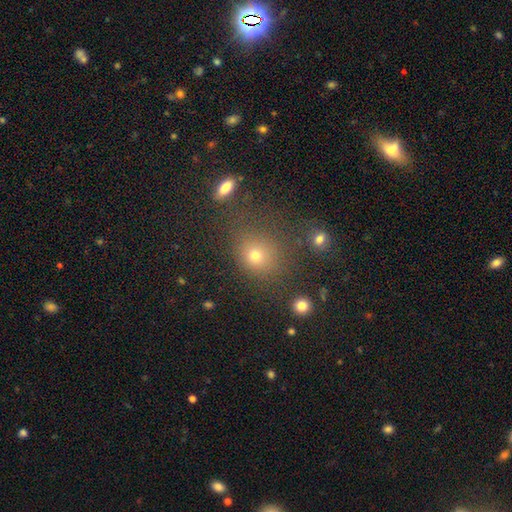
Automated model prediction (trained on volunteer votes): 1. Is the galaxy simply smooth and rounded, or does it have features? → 70% smooth, 21% star or artifact, 9% featured or disk.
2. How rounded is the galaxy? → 73% round, 25% in between, 1% cigar-shaped.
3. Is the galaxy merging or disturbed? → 73% none, 13% minor disturbance, 8% merger, 7% major disturbance.